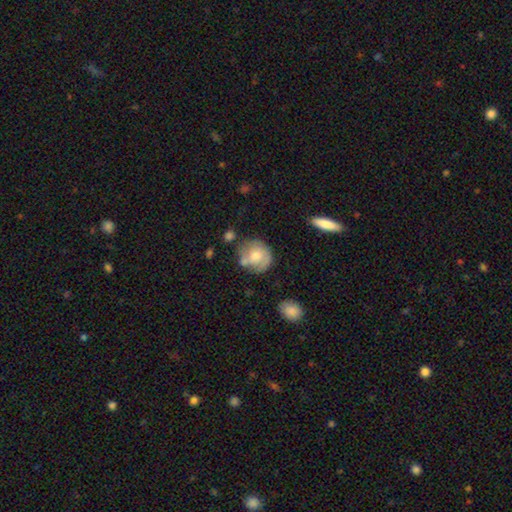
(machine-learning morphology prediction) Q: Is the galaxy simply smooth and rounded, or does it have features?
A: smooth — 52%.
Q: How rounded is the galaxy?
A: round — 78%.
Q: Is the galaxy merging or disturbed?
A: none — 58%.